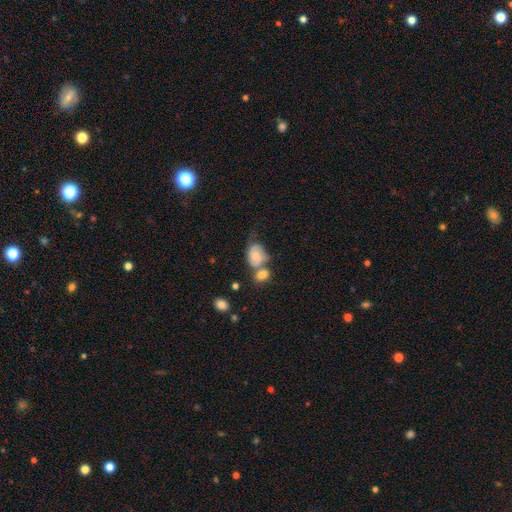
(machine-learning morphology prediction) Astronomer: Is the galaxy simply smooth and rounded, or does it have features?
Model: smooth — 61%.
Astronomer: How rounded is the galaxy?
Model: in between — 73%.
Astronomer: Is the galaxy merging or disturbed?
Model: merger — 46% (runner-up: none, 24%).